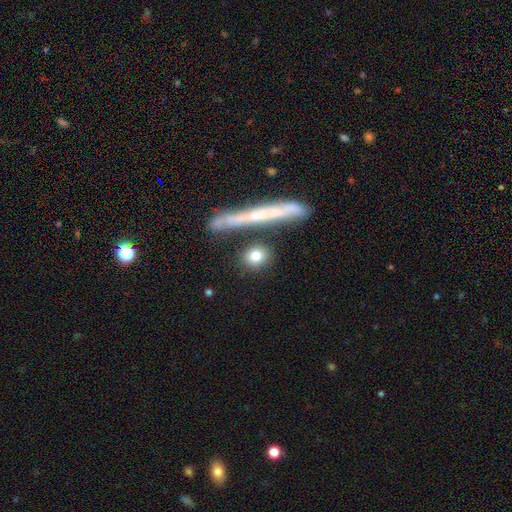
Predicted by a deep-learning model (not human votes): Morphology: type=smooth (77%); roundness=round (76%); merging=none (81%).